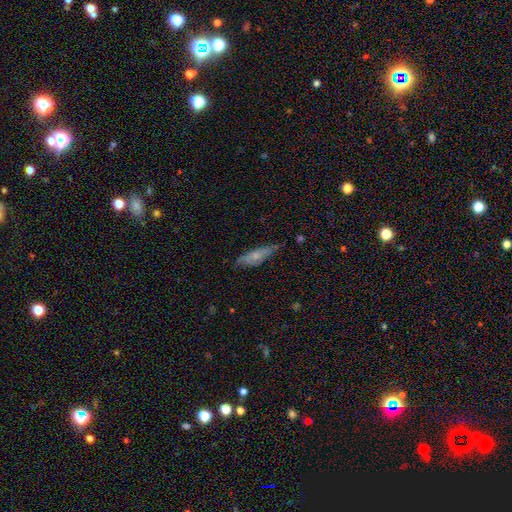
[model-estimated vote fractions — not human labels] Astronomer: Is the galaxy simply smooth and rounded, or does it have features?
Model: smooth — 48% (runner-up: featured or disk, 45%).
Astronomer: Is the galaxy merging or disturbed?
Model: none — 62%.